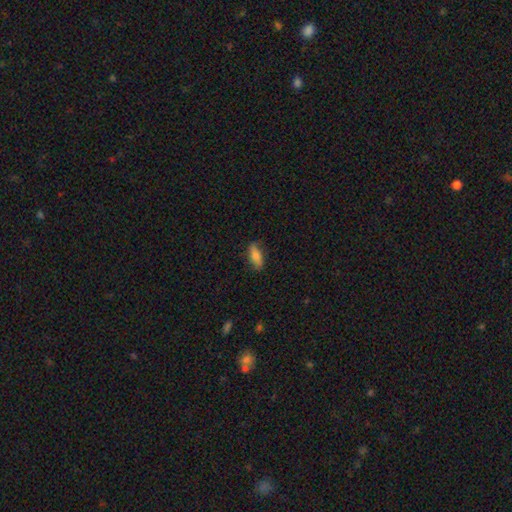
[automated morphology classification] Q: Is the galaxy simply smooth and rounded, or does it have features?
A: smooth — 77%.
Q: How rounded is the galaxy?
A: in between — 74%.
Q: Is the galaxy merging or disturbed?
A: none — 78%.